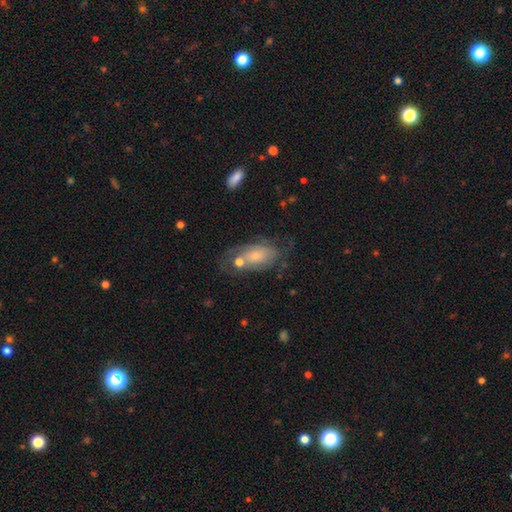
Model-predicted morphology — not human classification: The model was most divided on "smooth or featured": smooth: 50%, featured or disk: 42%, star or artifact: 8%. Remaining: how rounded — in between (89%); merging — none (44%).